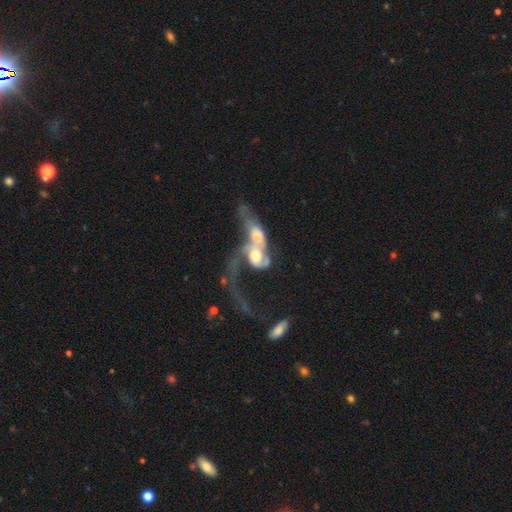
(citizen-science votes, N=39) Smooth or featured? featured or disk (77%)
Edge-on disk? no (97%)
Bar? no (76%)
Spiral arms? yes (69%)
Spiral winding? tight (45%)
Spiral arm count? 2 (60%)
Bulge size? large (69%)
Merging? merger (92%)